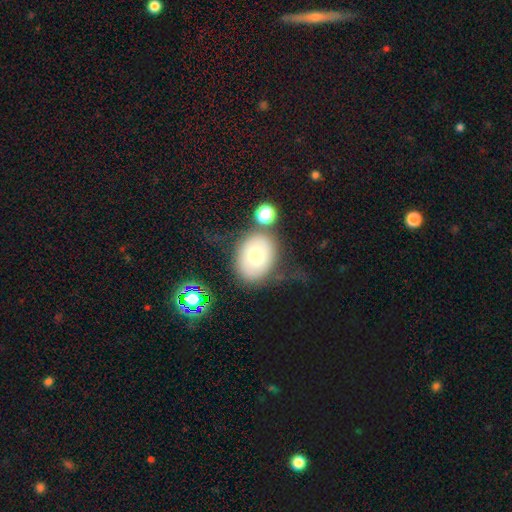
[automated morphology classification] Smooth or featured?
  - smooth: 65% *
  - featured or disk: 25%
  - star or artifact: 10%
How rounded?
  - in between: 61% *
  - round: 38%
  - cigar-shaped: 1%
Merging?
  - none: 64% *
  - minor disturbance: 17%
  - major disturbance: 10%
  - merger: 9%